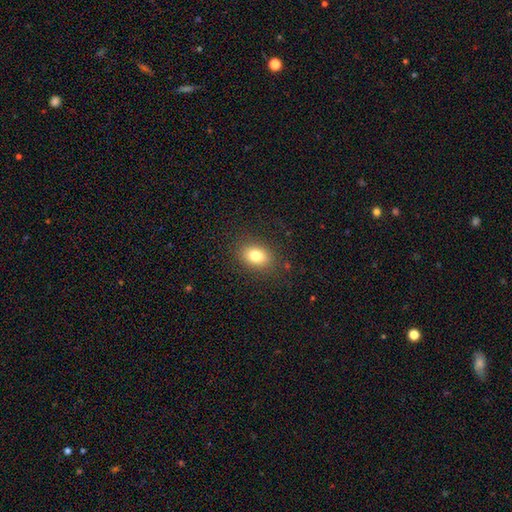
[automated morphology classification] This appears to be a smooth galaxy with no disk features (80%) that is in between round and cigar-shaped (69%). Merging: none (86%).